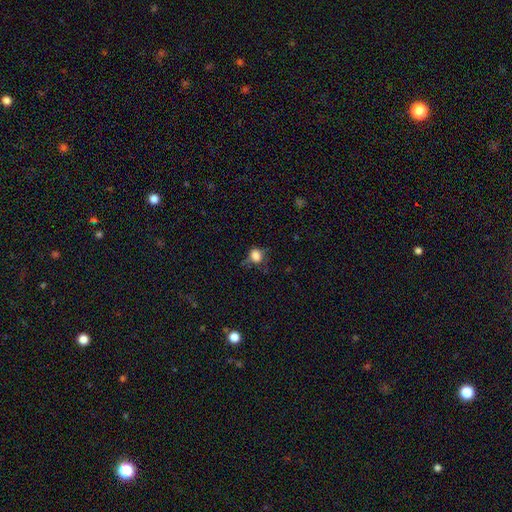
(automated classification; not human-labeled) smooth 81%, star or artifact 12%, featured or disk 8%. Down the decision tree: how rounded — round (62%); merging — none (53%).